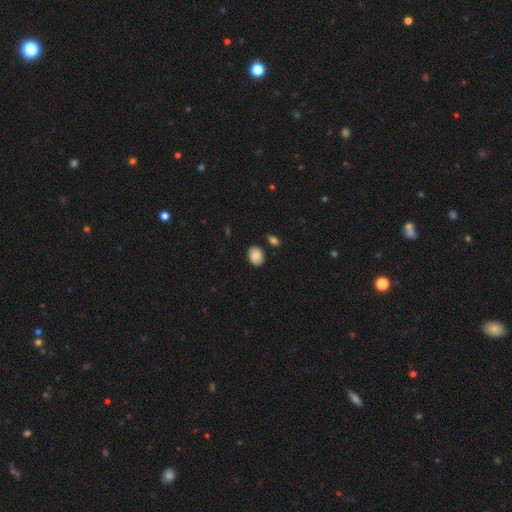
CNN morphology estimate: Smooth or featured?
  - smooth: 78% *
  - featured or disk: 14%
  - star or artifact: 8%
How rounded?
  - in between: 54% *
  - round: 45%
  - cigar-shaped: 1%
Merging?
  - none: 78% *
  - minor disturbance: 14%
  - merger: 5%
  - major disturbance: 3%